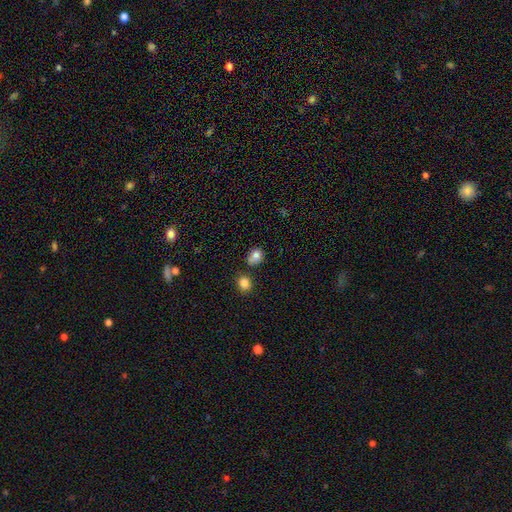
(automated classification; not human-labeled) This is clearly a smooth galaxy (82%). How rounded: possibly round (59%). Merging: possibly none (58%).